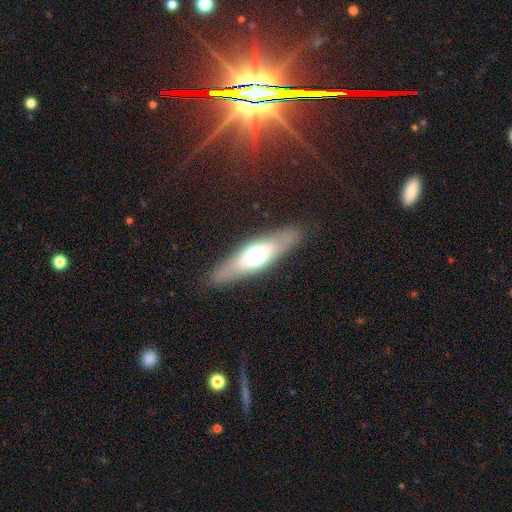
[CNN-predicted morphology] A smooth galaxy with no disk features (52%) that is cigar-shaped (50%). Merging: none (85%).